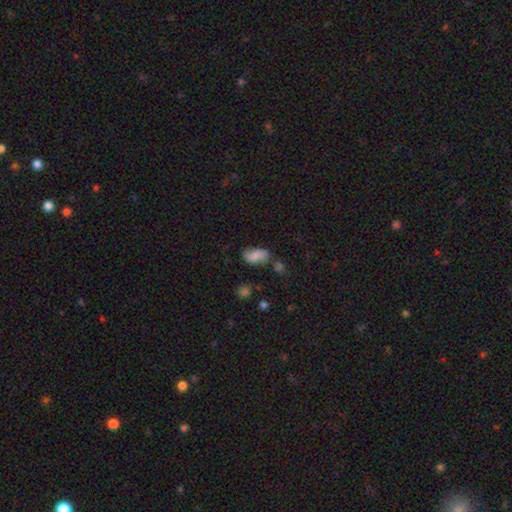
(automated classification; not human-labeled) A smooth galaxy with no disk features (73%) that is in between round and cigar-shaped (91%).

Vote fractions:
- Smooth or featured? smooth: 73% / featured or disk: 18% / star or artifact: 9%
- How rounded? in between: 91% / round: 5% / cigar-shaped: 3%
- Merging? none: 62% / minor disturbance: 23% / merger: 9% / major disturbance: 7%